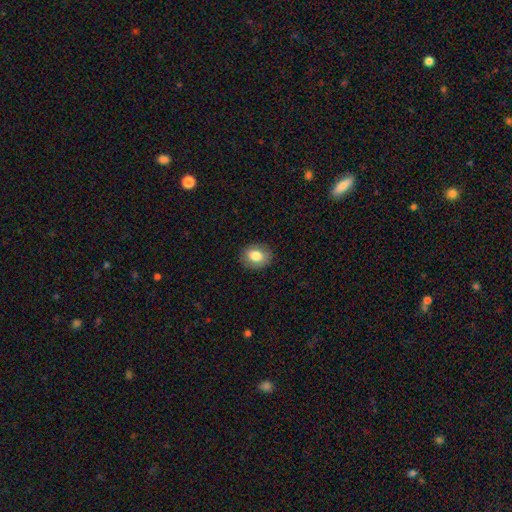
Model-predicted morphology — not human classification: Smooth or featured? smooth (81%)
How rounded? in between (51%)
Merging? none (87%)